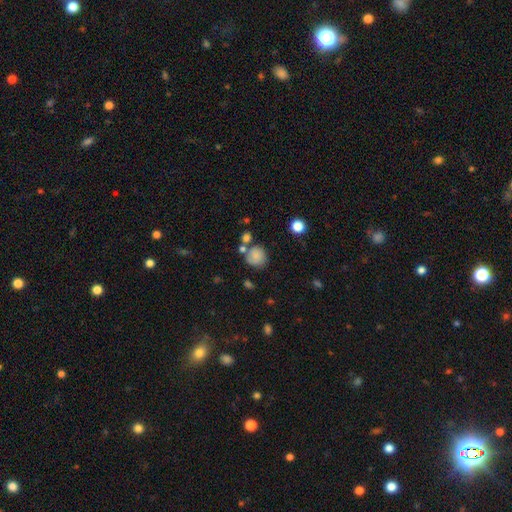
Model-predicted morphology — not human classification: The model was most divided on "merging": none: 61%, merger: 17%, minor disturbance: 16%, major disturbance: 6%. More confident: how rounded — round (86%); smooth or featured — smooth (78%).